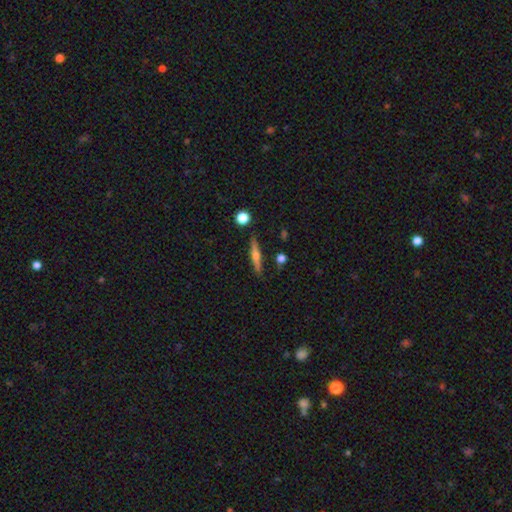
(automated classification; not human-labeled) smooth-or-featured: featured or disk: 59% | smooth: 34% | star or artifact: 7%
  disk-edge-on: yes: 96% | no: 4%
    edge-on-bulge: rounded: 90% | none: 7% | boxy: 4%
  merging: none: 87% | minor disturbance: 8% | merger: 3% | major disturbance: 2%